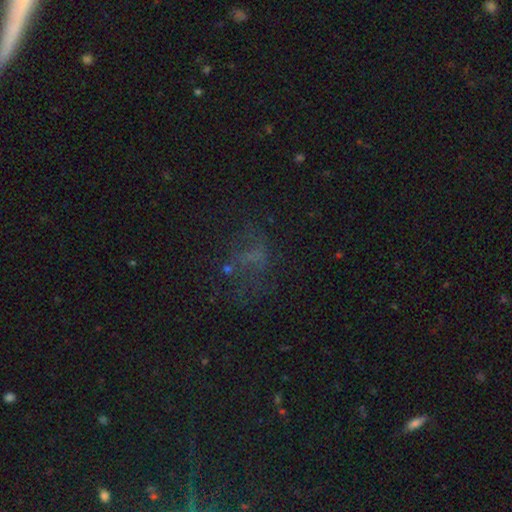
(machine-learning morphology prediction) type=smooth (34%); merging=none (47%).